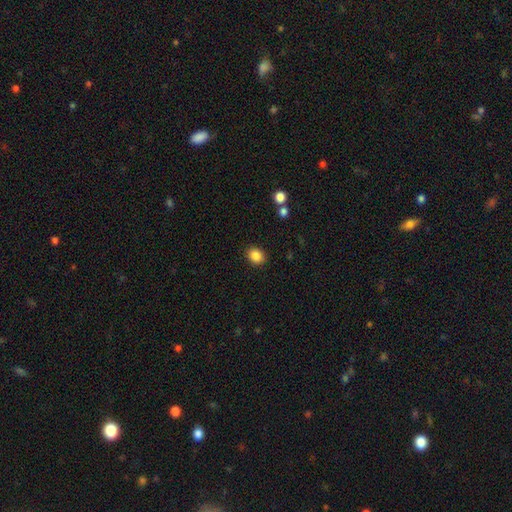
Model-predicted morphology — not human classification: Smooth or featured? Predicted: smooth (p=0.87). How rounded? Predicted: in between (p=0.54). Merging? Predicted: none (p=0.89).